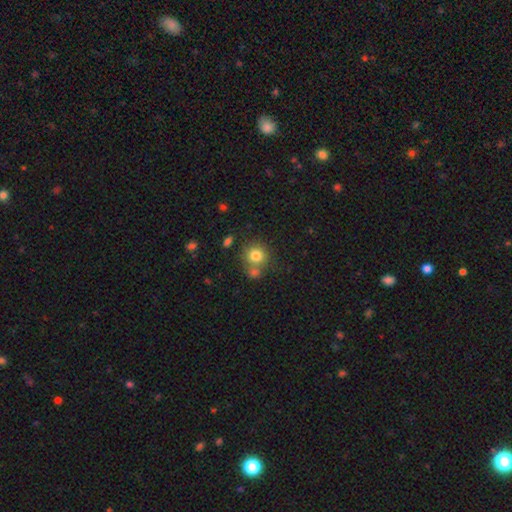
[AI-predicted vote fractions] This appears to be a smooth galaxy with no disk features (80%) that is round (85%). Merging: none (59%).